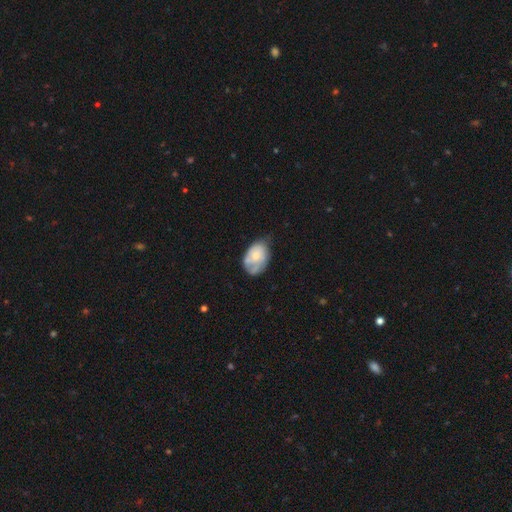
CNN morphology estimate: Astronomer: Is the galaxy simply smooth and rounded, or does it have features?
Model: smooth — 57% (runner-up: featured or disk, 36%).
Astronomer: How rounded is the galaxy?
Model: in between — 81%.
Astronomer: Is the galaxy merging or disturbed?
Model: none — 40% (runner-up: minor disturbance, 39%).